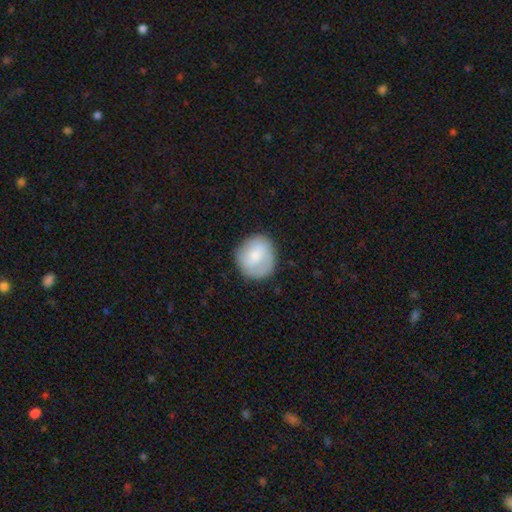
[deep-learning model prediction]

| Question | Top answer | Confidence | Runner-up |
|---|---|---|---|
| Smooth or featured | smooth | 73% | featured or disk (21%) |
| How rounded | round | 82% | in between (17%) |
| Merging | none | 77% | minor disturbance (17%) |